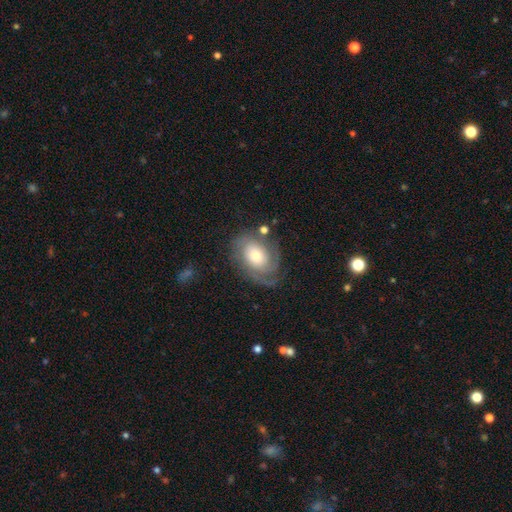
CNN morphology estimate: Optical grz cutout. It shows a featured or disk galaxy (68%) with no bar (75%), 2 (39%) tight (55%) spiral arms (89%) and a moderate central bulge (54%). Merging: none (67%).